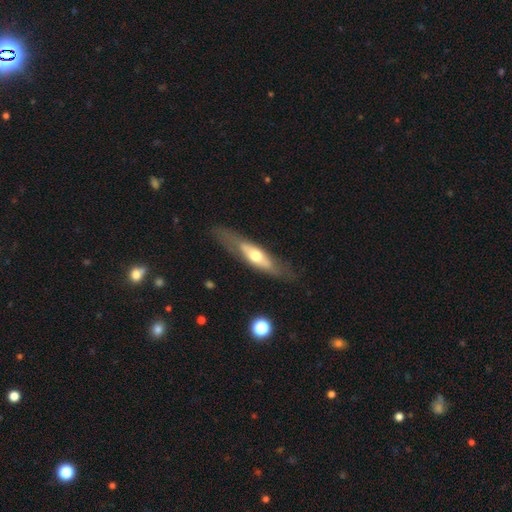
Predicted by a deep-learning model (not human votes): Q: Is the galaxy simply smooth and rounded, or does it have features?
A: featured or disk — 52%.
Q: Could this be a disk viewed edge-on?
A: yes — 60%.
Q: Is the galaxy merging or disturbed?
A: none — 71%.